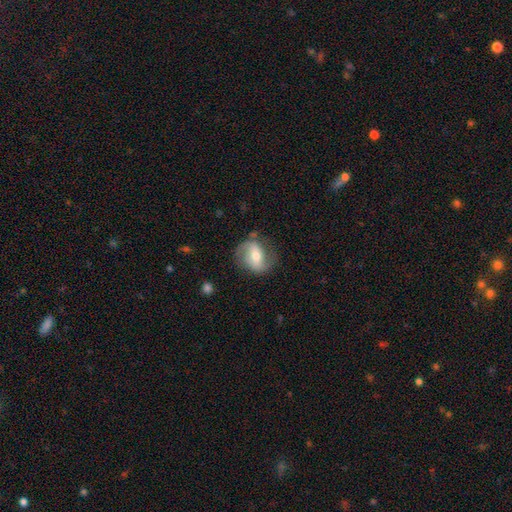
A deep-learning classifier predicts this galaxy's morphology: Overall: featured or disk (69%). Edge-on disk: no (96%). Bar: weak (38%, tied with strong). Spiral arms: yes (87%). Spiral arm count: 2 (86%). Spiral winding: medium (43%; loose 38%). Bulge size: moderate (60%; small 32%). Merging: none (71%).